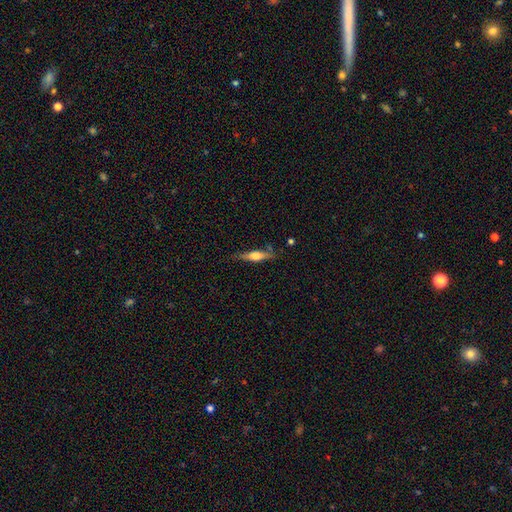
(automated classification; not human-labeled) Smooth or featured?
  - featured or disk: 55% *
  - smooth: 39%
  - star or artifact: 6%
Edge-on disk?
  - yes: 94% *
  - no: 6%
Edge-on bulge?
  - rounded: 88% *
  - boxy: 8%
  - none: 4%
Merging?
  - none: 78% *
  - minor disturbance: 15%
  - major disturbance: 4%
  - merger: 3%